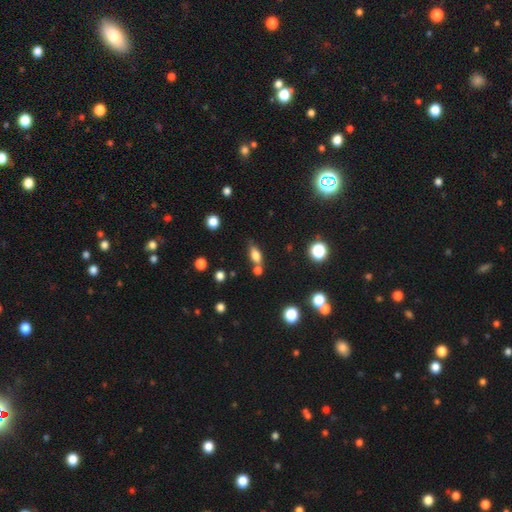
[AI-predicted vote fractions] Overall: smooth (72%). How rounded: in between (76%). Merging: none (57%; merger 24%).